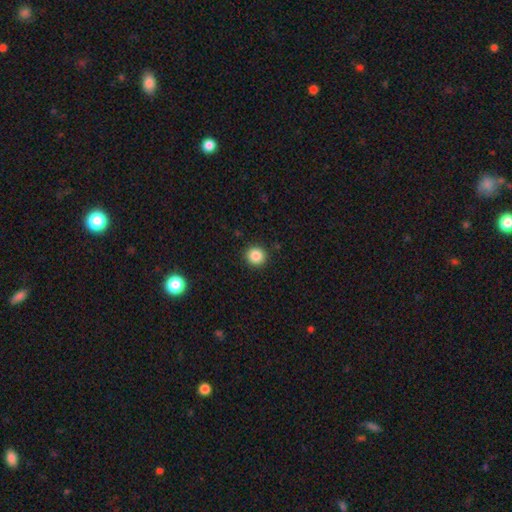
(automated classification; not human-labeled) Q: Smooth or featured?
A: smooth (86%); runner-up: star or artifact (10%)
Q: How rounded?
A: round (94%); runner-up: in between (5%)
Q: Merging?
A: none (92%); runner-up: minor disturbance (5%)